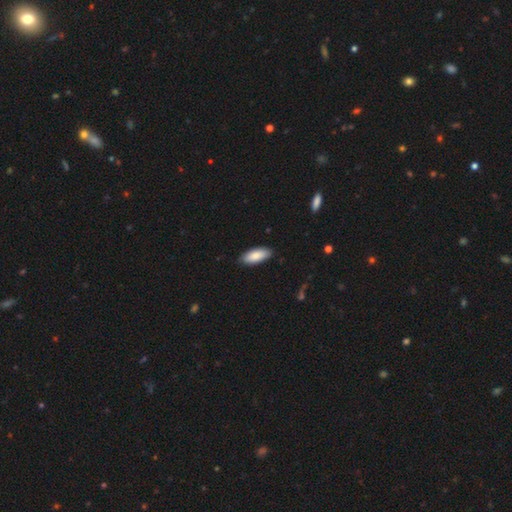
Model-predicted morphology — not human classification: Smooth or featured: smooth — 86% (featured or disk — 8%)
How rounded: in between — 81% (cigar-shaped — 17%)
Merging: none — 86% (minor disturbance — 11%)